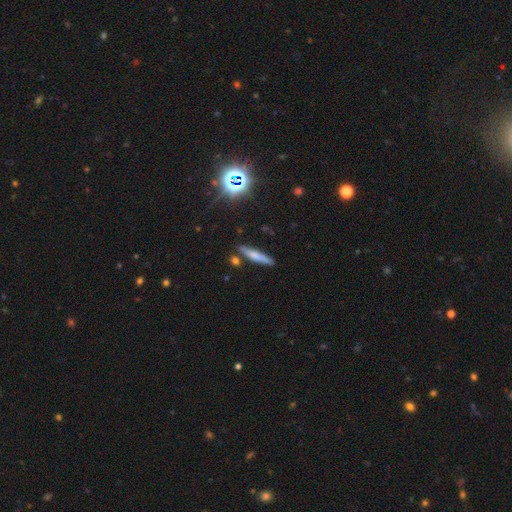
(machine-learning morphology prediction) The model was most divided on "smooth or featured": smooth: 64%, featured or disk: 25%, star or artifact: 11%. More confident: how rounded — cigar-shaped (88%); merging — none (81%).